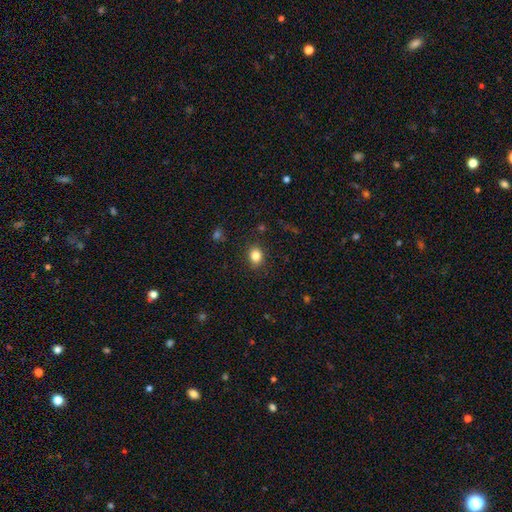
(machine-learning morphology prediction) Smooth or featured? Predicted: smooth (p=0.84). How rounded? Predicted: round (p=0.52). Merging? Predicted: none (p=0.86).